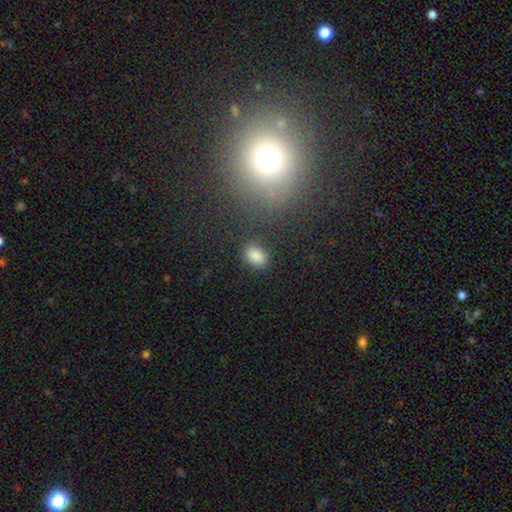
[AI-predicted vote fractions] A smooth galaxy with no disk features (85%) that is in between round and cigar-shaped (77%). Merging: none (81%).